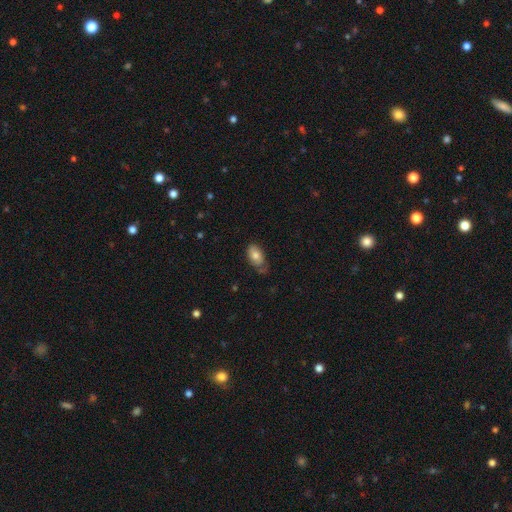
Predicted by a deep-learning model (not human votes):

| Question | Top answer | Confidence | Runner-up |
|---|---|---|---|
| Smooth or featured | smooth | 74% | featured or disk (19%) |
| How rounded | in between | 92% | round (6%) |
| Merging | none | 52% | minor disturbance (33%) |